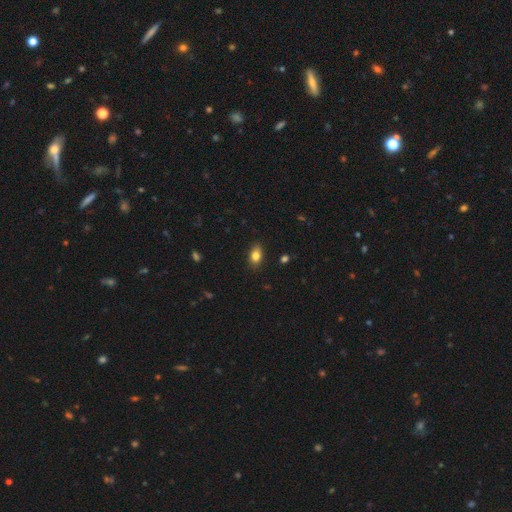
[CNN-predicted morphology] This appears to be a smooth galaxy with no disk features (82%) that is in between round and cigar-shaped (84%). Merging: none (87%).